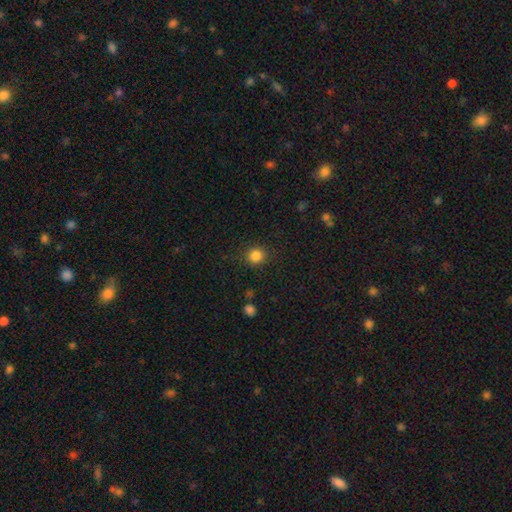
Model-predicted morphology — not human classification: smooth 85%, star or artifact 11%, featured or disk 4%. Down the decision tree: how rounded — round (89%); merging — none (88%).